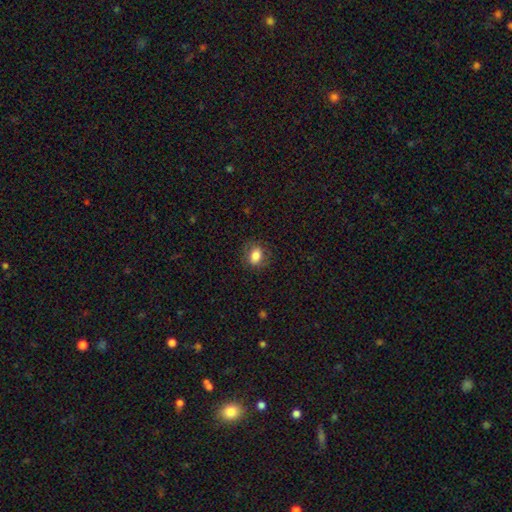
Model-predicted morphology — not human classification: Overall: smooth (79%). How rounded: in between (63%; round 36%). Merging: none (78%).